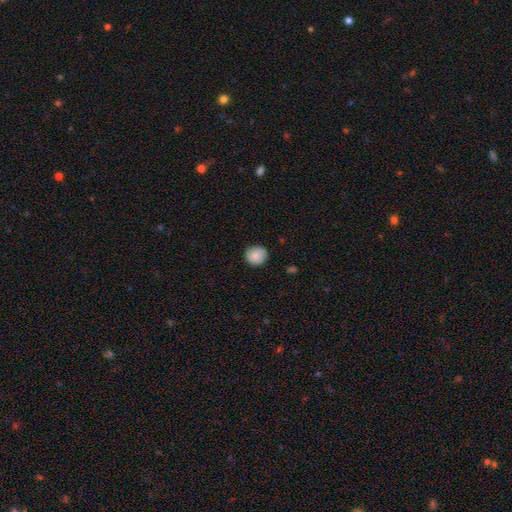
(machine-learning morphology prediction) A smooth galaxy with no disk features (86%) that is round (87%).

Vote fractions:
- Smooth or featured? smooth: 86% / star or artifact: 8% / featured or disk: 6%
- How rounded? round: 87% / in between: 12% / cigar-shaped: 1%
- Merging? none: 86% / minor disturbance: 11% / major disturbance: 2% / merger: 1%